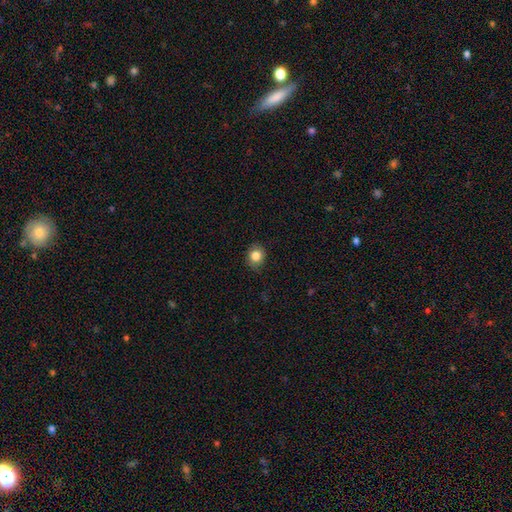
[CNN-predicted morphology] Smooth or featured? Predicted: smooth (p=0.84). How rounded? Predicted: round (p=0.71). Merging? Predicted: none (p=0.80).